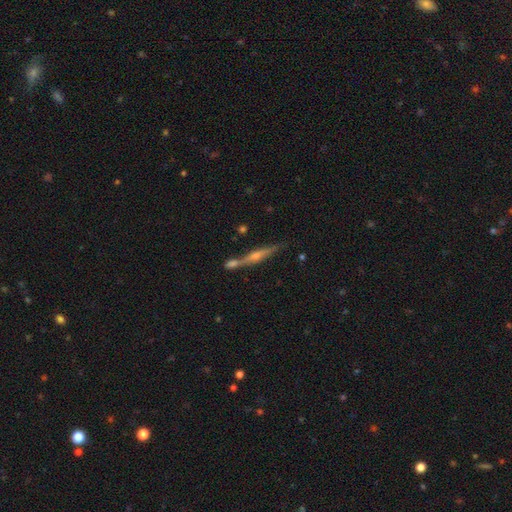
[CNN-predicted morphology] smooth_or_featured: featured or disk (p=0.74) [alt: smooth p=0.18]
disk_edge_on: yes (p=0.96) [alt: no p=0.04]
edge_on_bulge: rounded (p=0.81) [alt: none p=0.10]
merging: none (p=0.66) [alt: merger p=0.20]